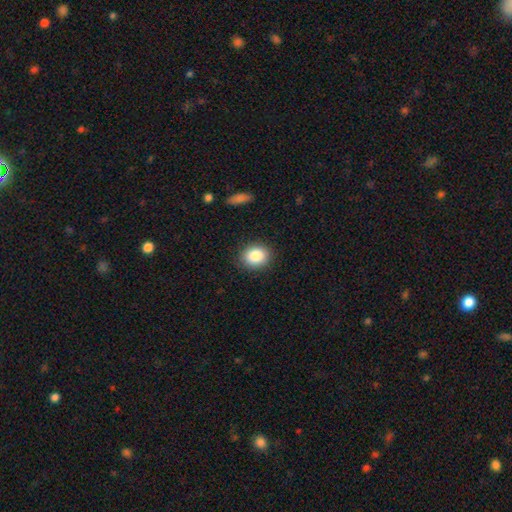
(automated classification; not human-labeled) This appears to be a smooth galaxy with no disk features (85%) that is round (55%). Merging: none (89%).